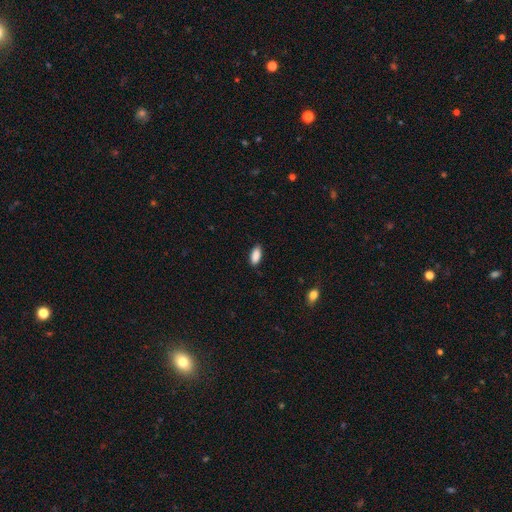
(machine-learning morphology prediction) The model was most divided on "merging": none: 86%, minor disturbance: 11%, major disturbance: 2%, merger: 1%. More confident: smooth or featured — smooth (89%); how rounded — in between (89%).